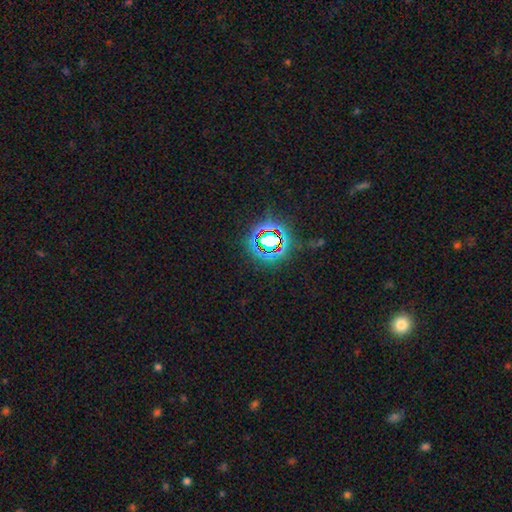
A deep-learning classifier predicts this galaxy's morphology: The model was most divided on "smooth or featured": star or artifact: 78%, smooth: 13%, featured or disk: 9%.